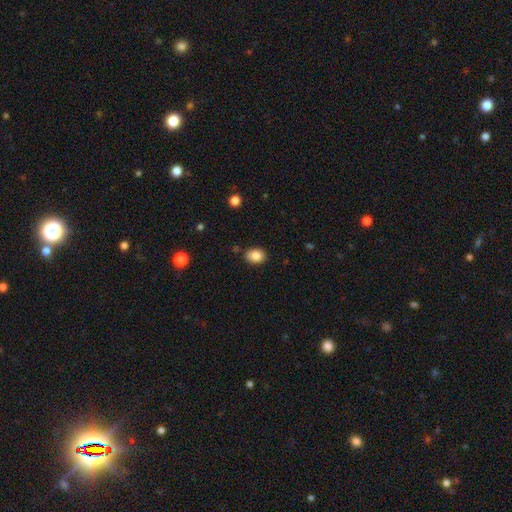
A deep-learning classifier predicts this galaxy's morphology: This is clearly a smooth galaxy (85%). How rounded: likely in between (62%). Merging: clearly none (83%).